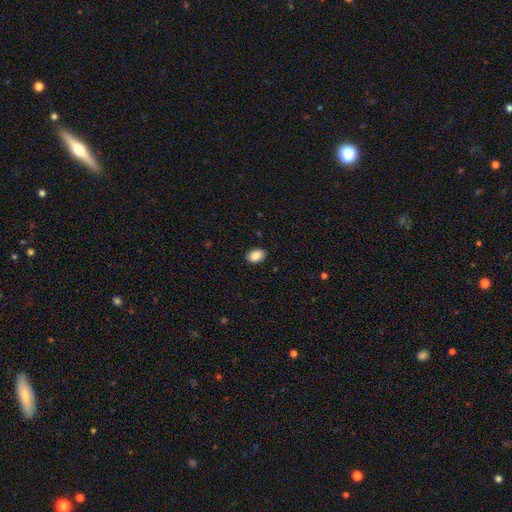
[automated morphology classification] Smooth or featured? smooth (89%)
How rounded? in between (84%)
Merging? none (88%)